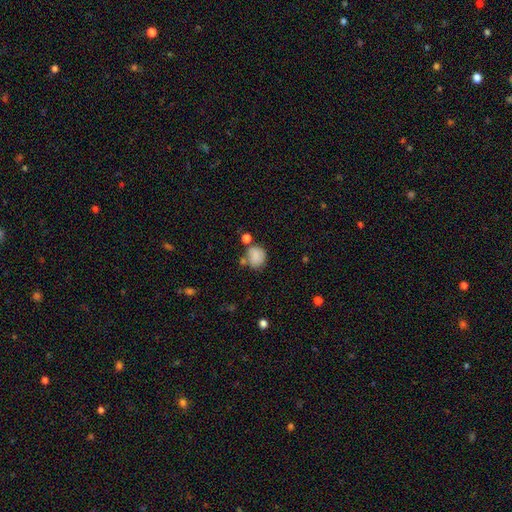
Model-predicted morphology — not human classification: Smooth or featured? smooth (81%)
How rounded? round (72%)
Merging? none (57%)